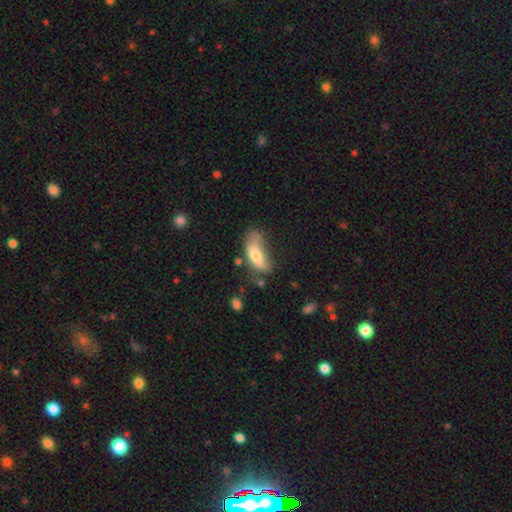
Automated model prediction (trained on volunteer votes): Smooth or featured: smooth — 71% (featured or disk — 22%)
How rounded: in between — 76% (cigar-shaped — 21%)
Merging: minor disturbance — 34% (none — 31%)